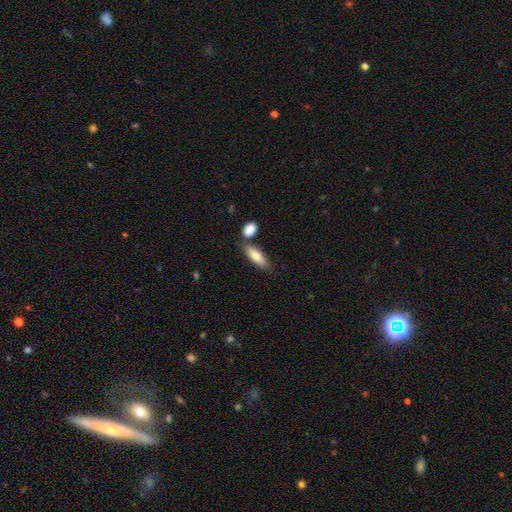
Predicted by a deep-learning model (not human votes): smooth 77%, featured or disk 17%, star or artifact 6%. Down the decision tree: how rounded — in between (60%); merging — none (66%).